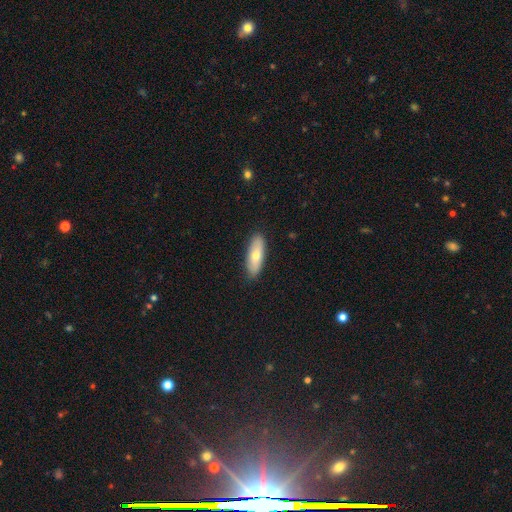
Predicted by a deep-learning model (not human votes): The model was most divided on "how rounded": in between: 64%, cigar-shaped: 34%, round: 2%. More confident: merging — none (88%); smooth or featured — smooth (67%).